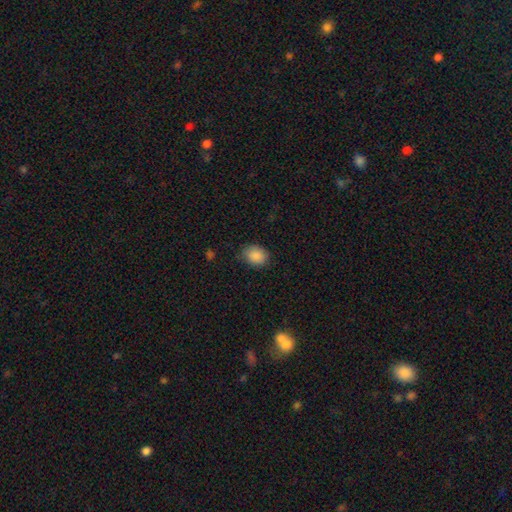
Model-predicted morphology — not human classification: Smooth or featured? Predicted: smooth (p=0.88). How rounded? Predicted: round (p=0.51). Merging? Predicted: none (p=0.79).